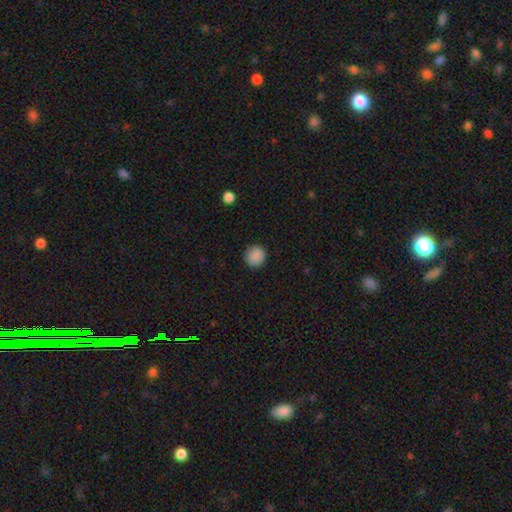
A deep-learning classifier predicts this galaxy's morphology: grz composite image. It shows a smooth galaxy with no disk features (88%) that is round (94%). Merging: none (91%).